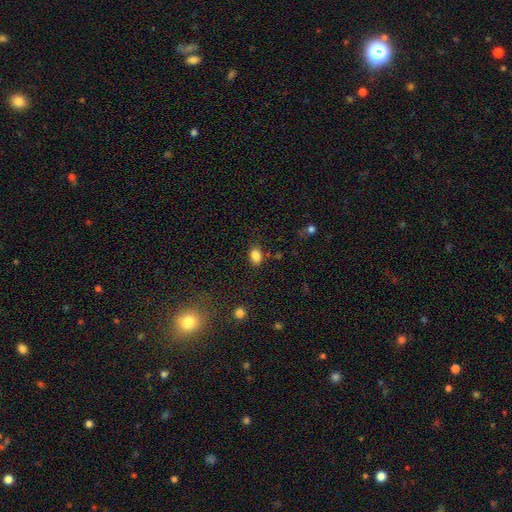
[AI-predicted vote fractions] The model was most divided on "how rounded": in between: 75%, round: 23%, cigar-shaped: 1%. More confident: smooth or featured — smooth (85%); merging — none (82%).